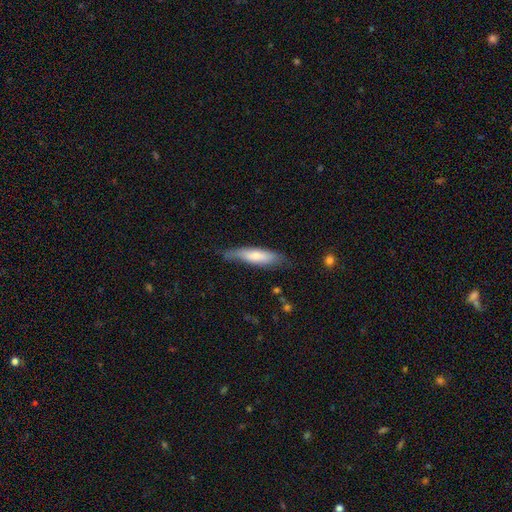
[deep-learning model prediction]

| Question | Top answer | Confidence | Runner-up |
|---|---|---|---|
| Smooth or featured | smooth | 63% | featured or disk (31%) |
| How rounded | cigar-shaped | 75% | in between (24%) |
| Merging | none | 65% | minor disturbance (27%) |